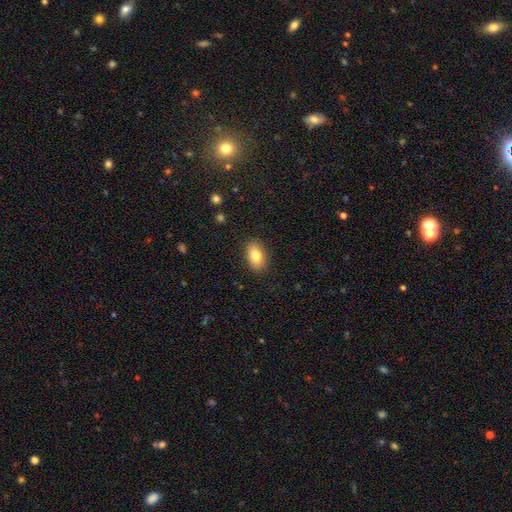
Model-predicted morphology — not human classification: The model was most divided on "smooth or featured": smooth: 80%, featured or disk: 12%, star or artifact: 8%. More confident: how rounded — in between (90%); merging — none (88%).